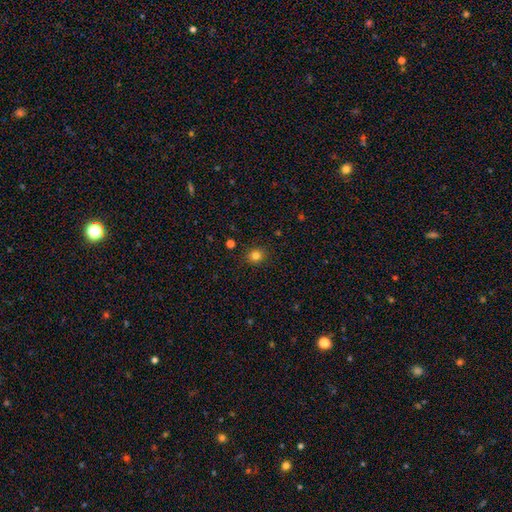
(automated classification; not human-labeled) Q: Smooth or featured?
A: smooth (82%); runner-up: star or artifact (14%)
Q: How rounded?
A: round (82%); runner-up: in between (17%)
Q: Merging?
A: none (90%); runner-up: minor disturbance (7%)